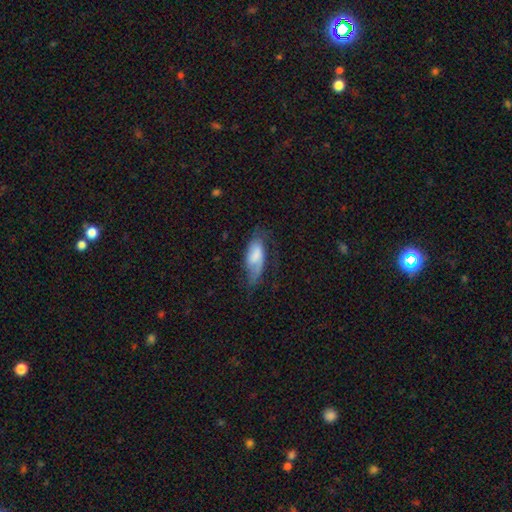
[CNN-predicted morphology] Smooth or featured? Predicted: smooth (p=0.50). Merging? Predicted: none (p=0.42).